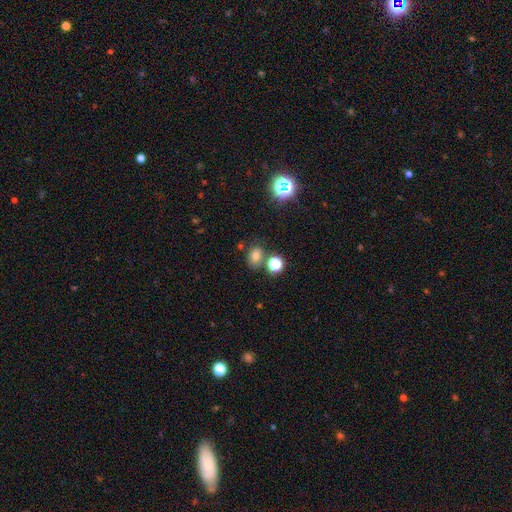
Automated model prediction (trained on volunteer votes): smooth_or_featured: smooth (p=0.70) [alt: star or artifact p=0.21]
how_rounded: in between (p=0.60) [alt: round p=0.39]
merging: none (p=0.70) [alt: merger p=0.13]